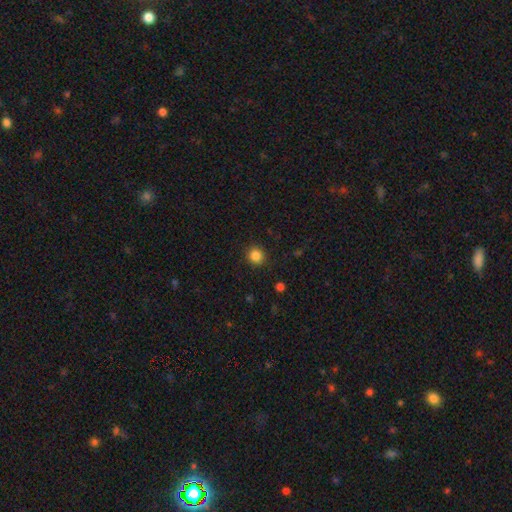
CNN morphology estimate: This is clearly a smooth galaxy (85%). How rounded: clearly round (90%). Merging: clearly none (90%).